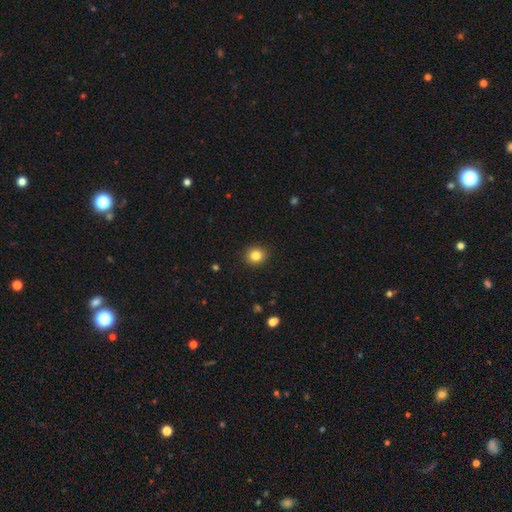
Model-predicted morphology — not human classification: Smooth or featured? Predicted: smooth (p=0.83). How rounded? Predicted: round (p=0.88). Merging? Predicted: none (p=0.92).